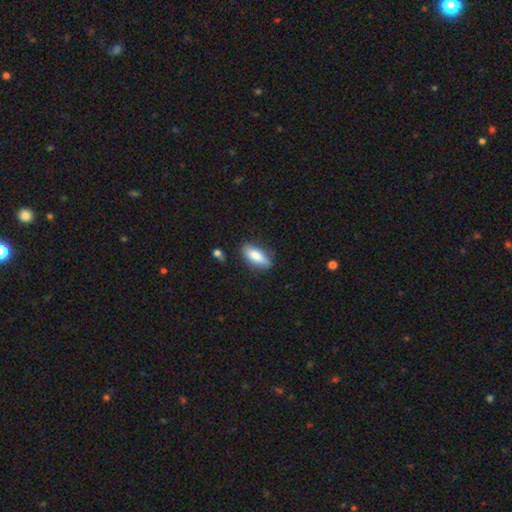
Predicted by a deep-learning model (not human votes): smooth 80%, featured or disk 14%, star or artifact 6%. Down the decision tree: how rounded — in between (77%); merging — none (79%).